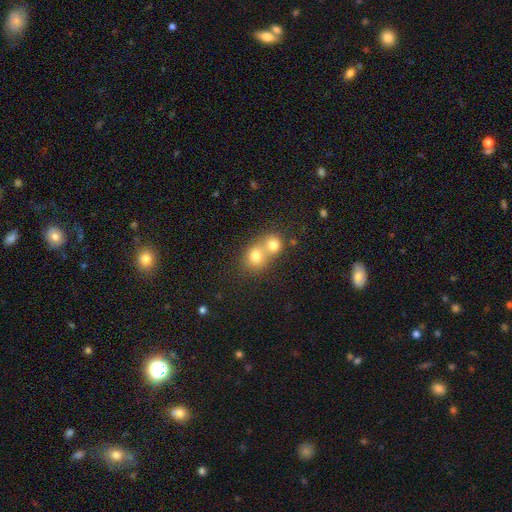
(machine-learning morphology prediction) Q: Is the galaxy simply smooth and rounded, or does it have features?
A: smooth — 75%.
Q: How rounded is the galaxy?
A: round — 75%.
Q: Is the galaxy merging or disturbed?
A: merger — 65%.